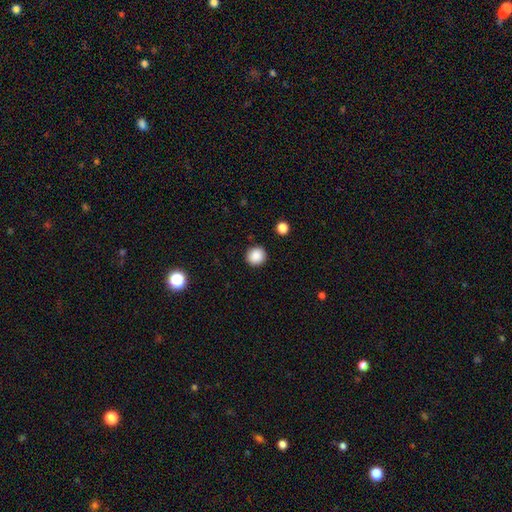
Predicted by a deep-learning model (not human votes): Smooth or featured: smooth — 88% (star or artifact — 9%)
How rounded: round — 92% (in between — 7%)
Merging: none — 91% (minor disturbance — 5%)